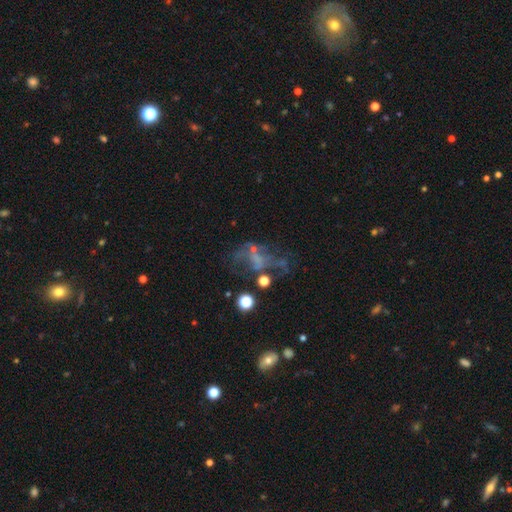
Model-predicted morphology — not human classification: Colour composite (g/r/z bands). It shows a featured or disk galaxy (49%). Merging: major disturbance (37%, tied with none).